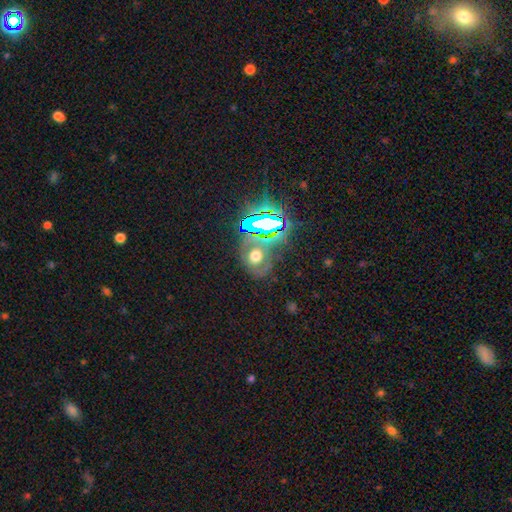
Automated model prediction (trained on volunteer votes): Q: Smooth or featured?
A: smooth (37%); runner-up: star or artifact (35%)
Q: Merging?
A: none (64%); runner-up: minor disturbance (16%)